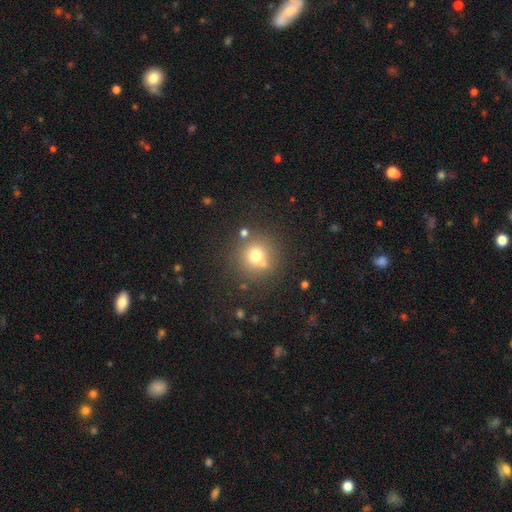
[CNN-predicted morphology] type=smooth (69%); roundness=round (91%); merging=none (70%).